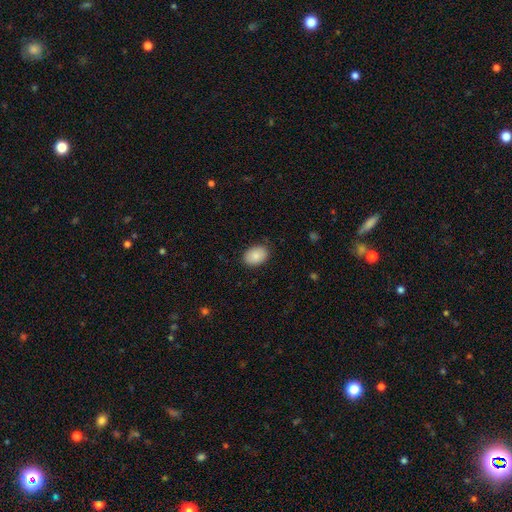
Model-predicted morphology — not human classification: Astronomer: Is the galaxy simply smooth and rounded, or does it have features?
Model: smooth — 87%.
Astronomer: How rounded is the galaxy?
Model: in between — 82%.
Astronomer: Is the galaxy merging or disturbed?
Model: none — 84%.